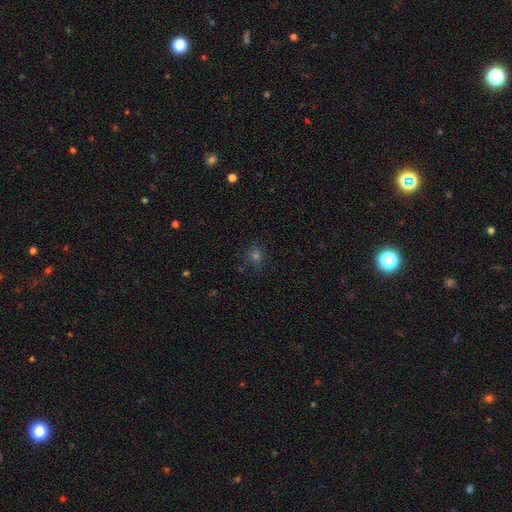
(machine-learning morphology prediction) A smooth galaxy with no disk features (56%) that is round (86%). Merging: none (81%).